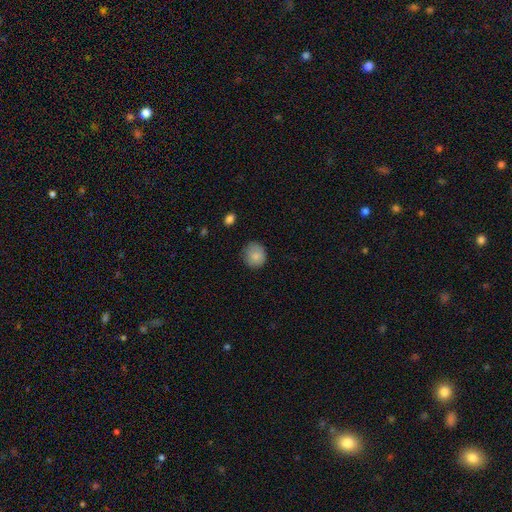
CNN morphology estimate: This appears to be a smooth galaxy with no disk features (85%) that is round (83%). Merging: none (78%).